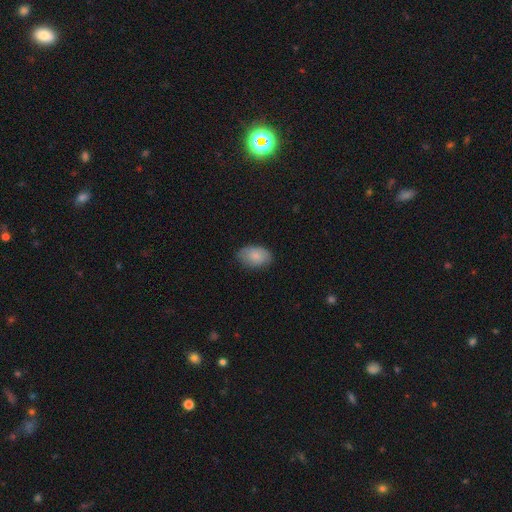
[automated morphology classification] A smooth galaxy with no disk features (83%) that is in between round and cigar-shaped (90%).

Vote fractions:
- Smooth or featured? smooth: 83% / featured or disk: 10% / star or artifact: 7%
- How rounded? in between: 90% / round: 9% / cigar-shaped: 1%
- Merging? none: 78% / minor disturbance: 18% / major disturbance: 3% / merger: 1%